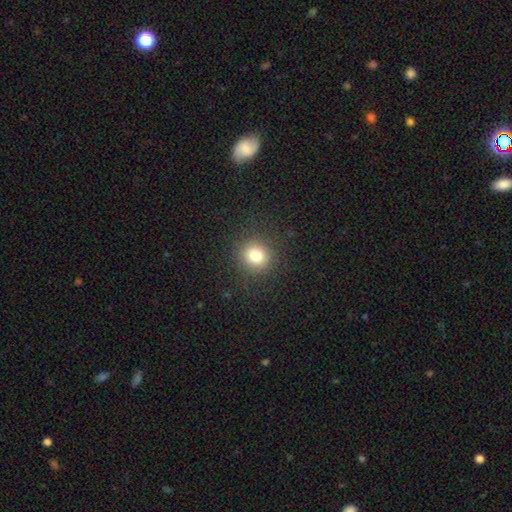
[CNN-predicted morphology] Overall: smooth (79%). How rounded: round (91%). Merging: none (89%).